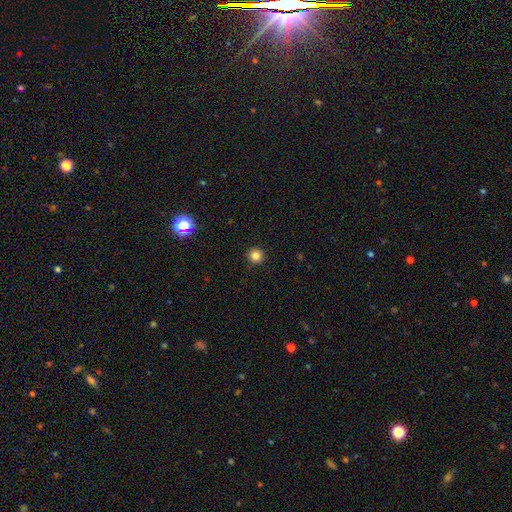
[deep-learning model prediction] This is clearly a smooth galaxy (82%). How rounded: clearly round (96%). Merging: clearly none (93%).